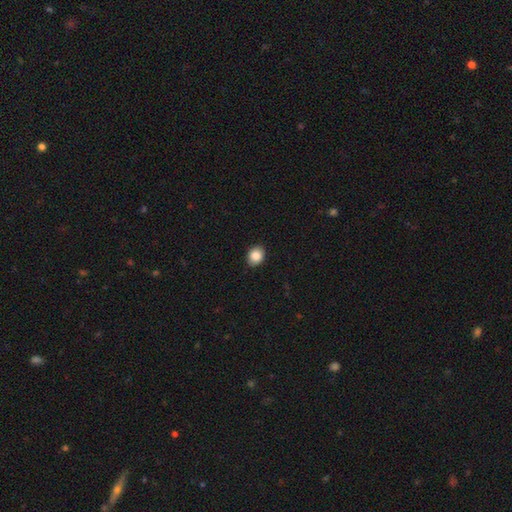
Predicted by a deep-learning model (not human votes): smooth_or_featured: smooth (p=0.87) [alt: star or artifact p=0.09]
how_rounded: in between (p=0.50) [alt: round p=0.49]
merging: none (p=0.89) [alt: minor disturbance p=0.08]